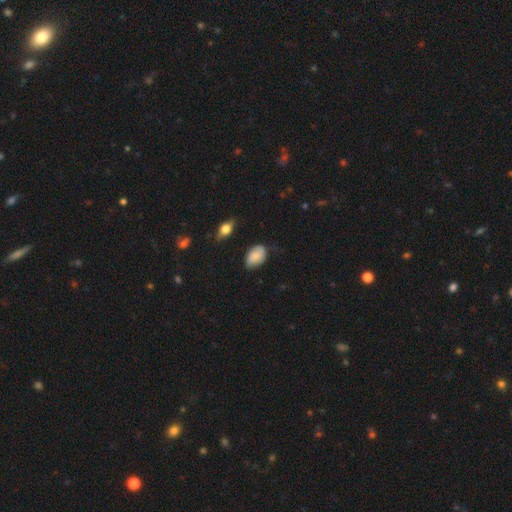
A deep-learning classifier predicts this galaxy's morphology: smooth 81%, featured or disk 11%, star or artifact 8%. Down the decision tree: how rounded — in between (87%); merging — none (62%).